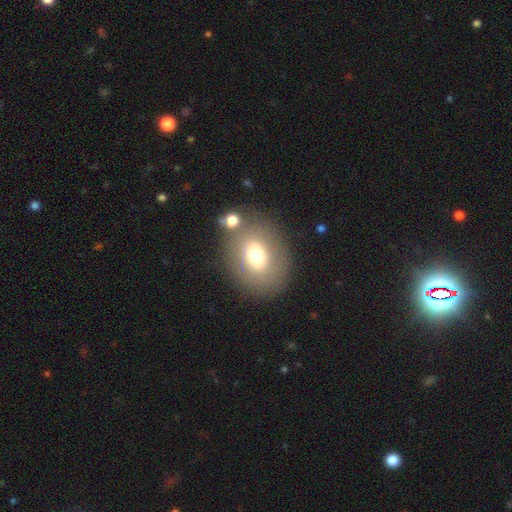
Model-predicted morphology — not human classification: Smooth or featured: smooth — 66% (featured or disk — 22%)
How rounded: round — 50% (in between — 49%)
Merging: none — 67% (merger — 14%)